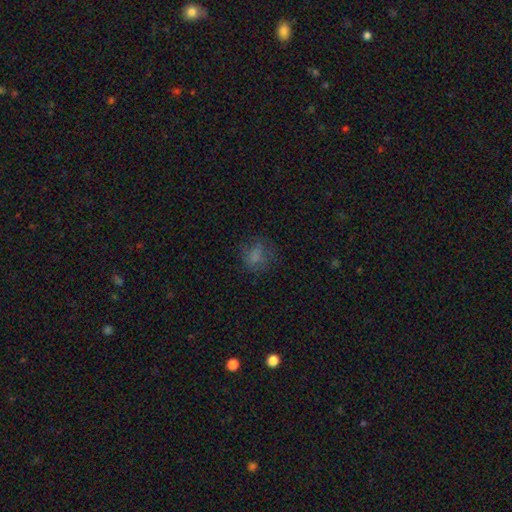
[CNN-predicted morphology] This is likely a smooth galaxy (66%). How rounded: likely round (65%). Merging: likely none (62%).